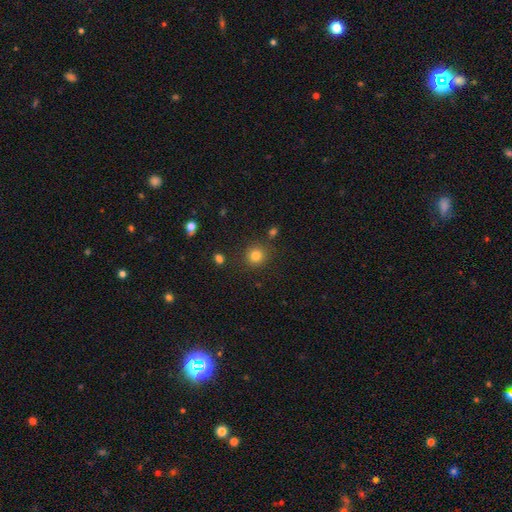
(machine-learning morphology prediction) smooth-or-featured: smooth: 81% | star or artifact: 13% | featured or disk: 6%
  how-rounded: round: 92% | in between: 7% | cigar-shaped: 1%
  merging: none: 86% | minor disturbance: 8% | merger: 4% | major disturbance: 3%